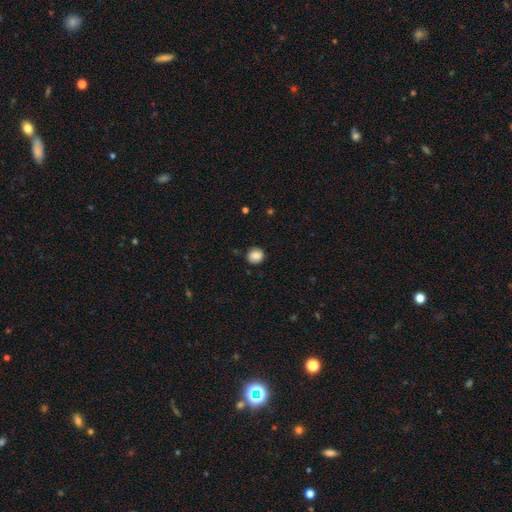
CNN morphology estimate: Smooth or featured?
  - smooth: 85% *
  - star or artifact: 9%
  - featured or disk: 6%
How rounded?
  - round: 80% *
  - in between: 19%
  - cigar-shaped: 1%
Merging?
  - none: 85% *
  - minor disturbance: 11%
  - major disturbance: 3%
  - merger: 1%